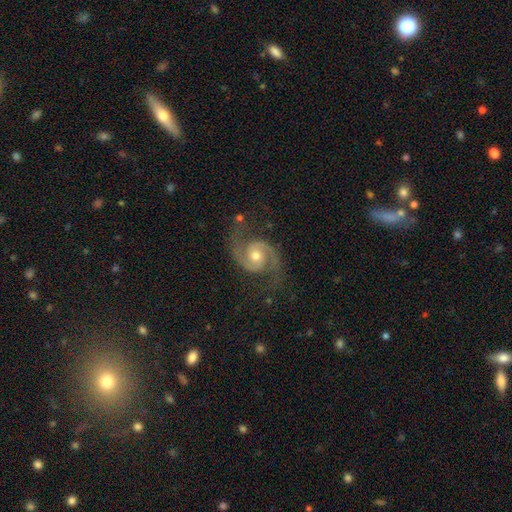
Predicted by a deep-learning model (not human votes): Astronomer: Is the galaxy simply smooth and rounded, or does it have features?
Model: featured or disk — 92%.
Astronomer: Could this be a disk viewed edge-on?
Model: no — 98%.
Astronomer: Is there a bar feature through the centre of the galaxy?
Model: no — 64%.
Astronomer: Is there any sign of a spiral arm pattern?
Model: yes — 98%.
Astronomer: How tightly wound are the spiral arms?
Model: medium — 63%.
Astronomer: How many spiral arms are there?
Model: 2 — 95%.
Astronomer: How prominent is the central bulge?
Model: moderate — 70%.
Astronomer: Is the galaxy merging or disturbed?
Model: none — 78%.